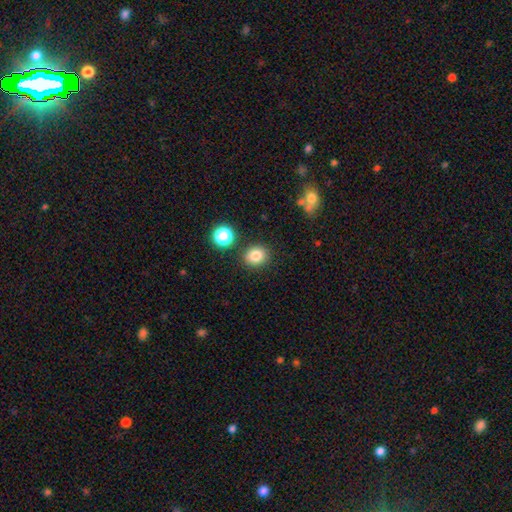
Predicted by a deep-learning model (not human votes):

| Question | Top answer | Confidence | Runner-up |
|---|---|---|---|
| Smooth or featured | smooth | 81% | star or artifact (13%) |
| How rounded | round | 76% | in between (23%) |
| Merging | none | 85% | minor disturbance (8%) |